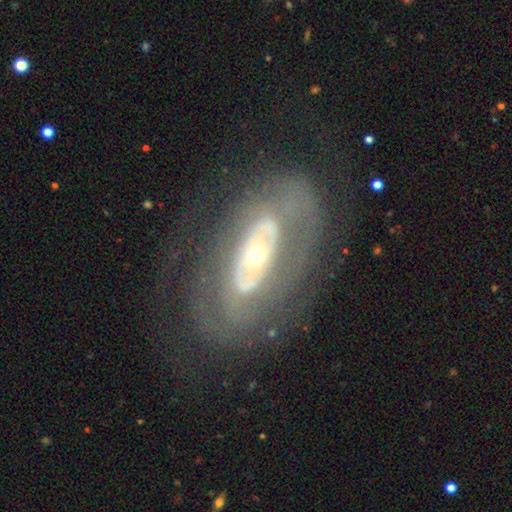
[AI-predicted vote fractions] Q: Smooth or featured?
A: featured or disk (79%); runner-up: smooth (15%)
Q: Edge-on disk?
A: no (90%); runner-up: yes (10%)
Q: Bar?
A: no (70%); runner-up: weak (18%)
Q: Spiral arms?
A: yes (54%); runner-up: no (46%)
Q: Bulge size?
A: moderate (50%); runner-up: small (43%)
Q: Merging?
A: none (66%); runner-up: minor disturbance (16%)